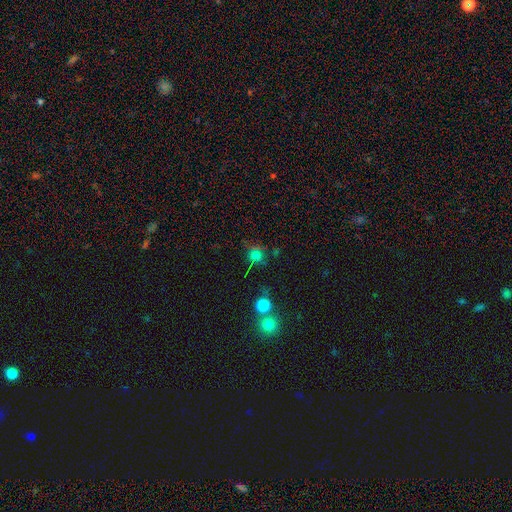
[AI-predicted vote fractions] Q: Smooth or featured?
A: smooth (48%); runner-up: star or artifact (37%)
Q: Merging?
A: none (65%); runner-up: minor disturbance (13%)